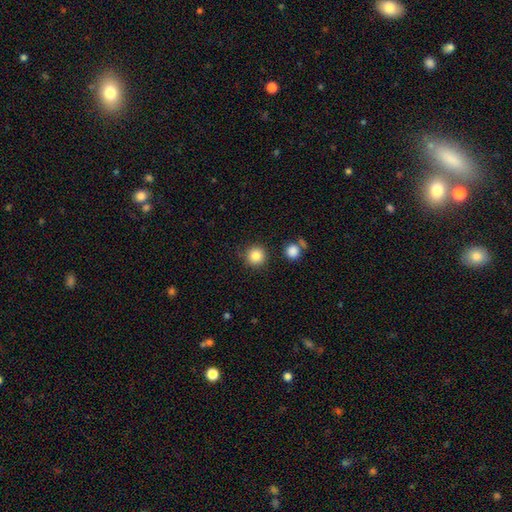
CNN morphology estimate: smooth_or_featured: smooth (p=0.85) [alt: star or artifact p=0.10]
how_rounded: round (p=0.95) [alt: in between p=0.04]
merging: none (p=0.87) [alt: minor disturbance p=0.07]